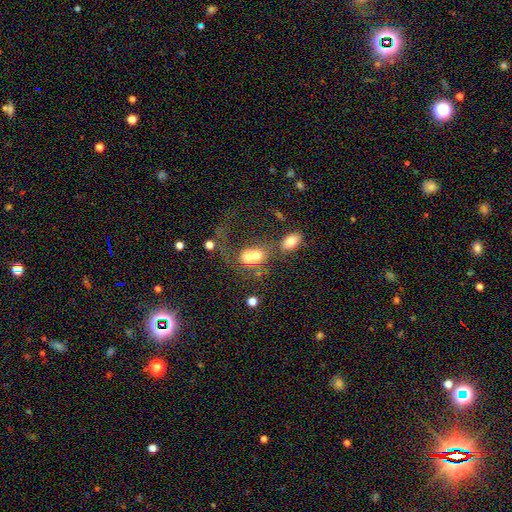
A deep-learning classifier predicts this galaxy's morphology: smooth_or_featured: smooth (p=0.61) [alt: featured or disk p=0.26]
how_rounded: round (p=0.50) [alt: in between p=0.49]
merging: merger (p=0.67) [alt: none p=0.14]